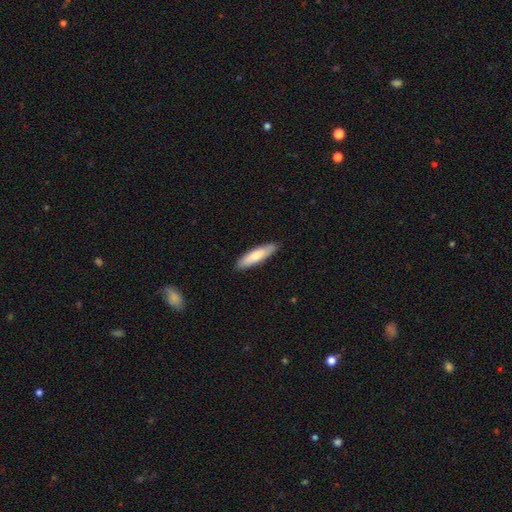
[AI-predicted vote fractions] Overall: smooth (73%). How rounded: cigar-shaped (67%; in between 31%). Merging: none (88%).